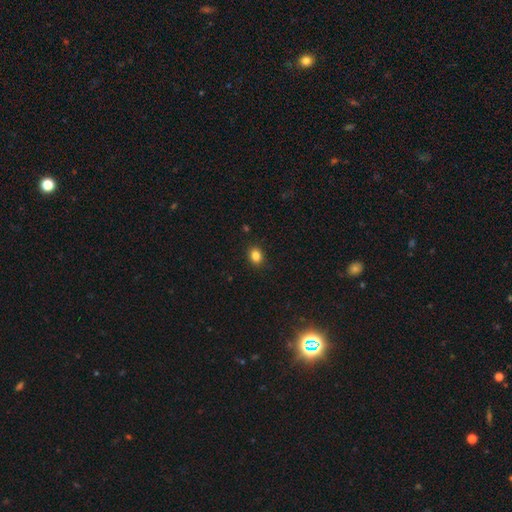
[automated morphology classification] Overall: smooth (84%). How rounded: in between (55%; round 44%). Merging: none (89%).